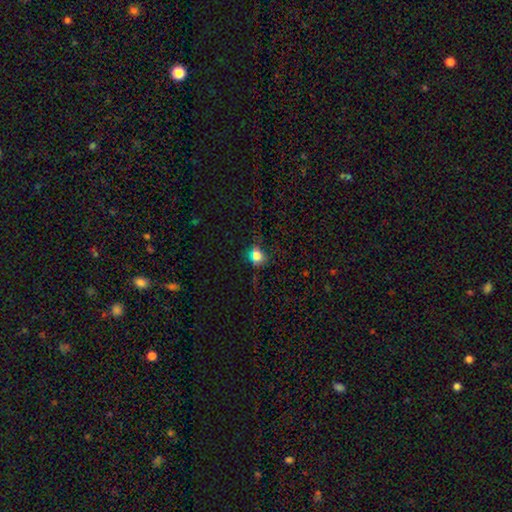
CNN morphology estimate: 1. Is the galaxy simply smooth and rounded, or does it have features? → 71% smooth, 21% star or artifact, 7% featured or disk.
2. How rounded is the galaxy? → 62% round, 36% in between, 2% cigar-shaped.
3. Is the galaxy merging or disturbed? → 72% none, 18% minor disturbance, 7% major disturbance, 3% merger.